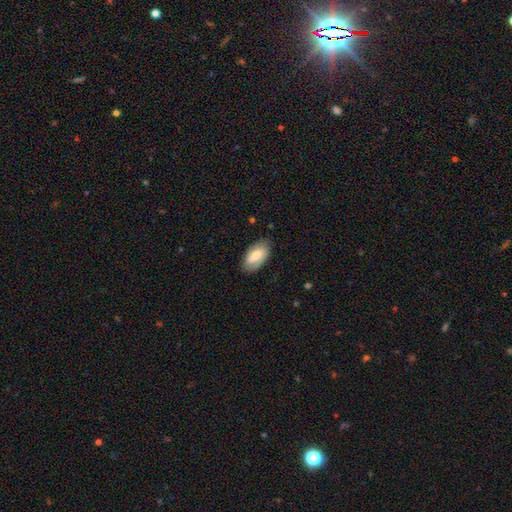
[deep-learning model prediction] smooth_or_featured: smooth (p=0.57) [alt: featured or disk p=0.37]
how_rounded: in between (p=0.93) [alt: round p=0.03]
merging: none (p=0.81) [alt: minor disturbance p=0.15]